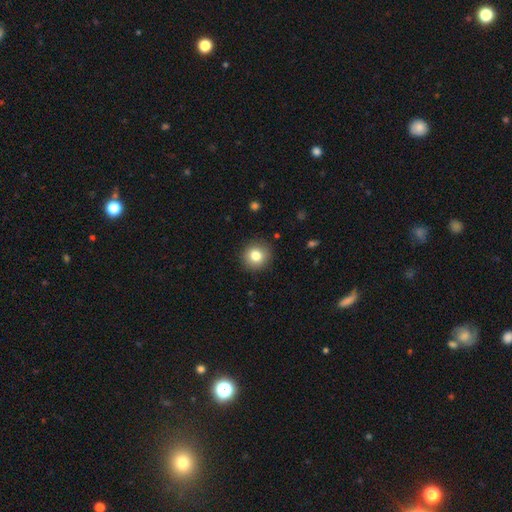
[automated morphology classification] type=smooth (81%); roundness=round (91%); merging=none (90%).